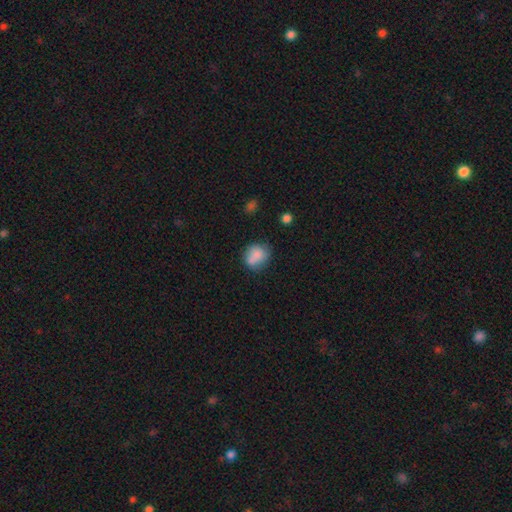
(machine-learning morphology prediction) A smooth galaxy with no disk features (80%) that is round (61%).

Vote fractions:
- Smooth or featured? smooth: 80% / featured or disk: 11% / star or artifact: 9%
- How rounded? round: 61% / in between: 38% / cigar-shaped: 1%
- Merging? none: 53% / minor disturbance: 25% / merger: 14% / major disturbance: 7%